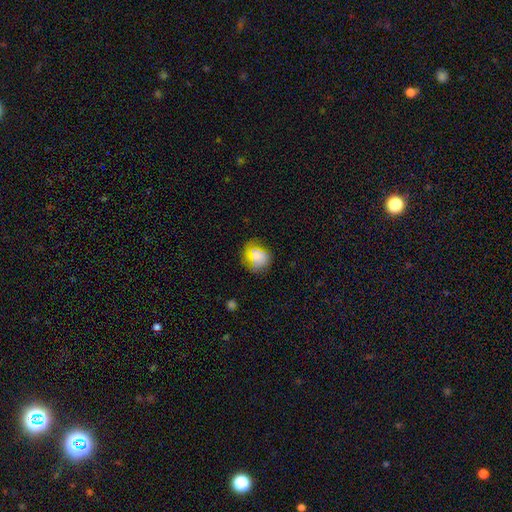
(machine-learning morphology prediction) This appears to be a smooth galaxy with no disk features (69%) that is round (74%). Merging: none (69%).